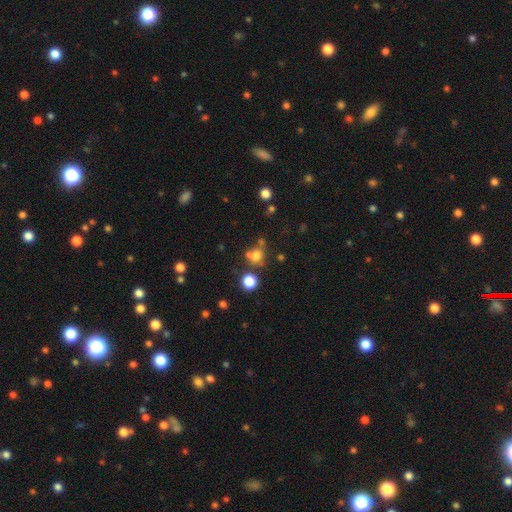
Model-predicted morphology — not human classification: A smooth galaxy with no disk features (71%) that is round (77%). Merging: none (55%).